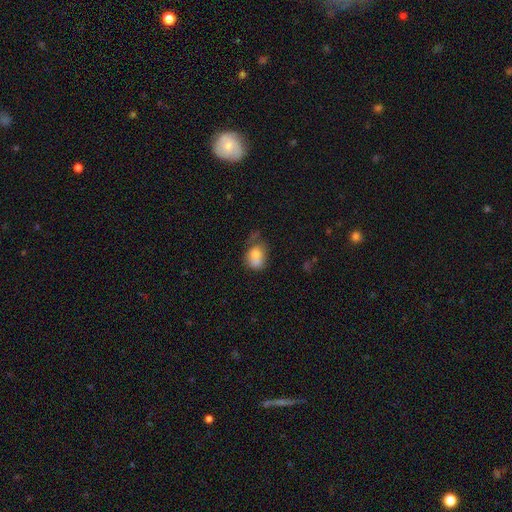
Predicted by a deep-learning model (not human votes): Overall: smooth (73%). How rounded: in between (59%; round 39%). Merging: none (31%; merger 26%).